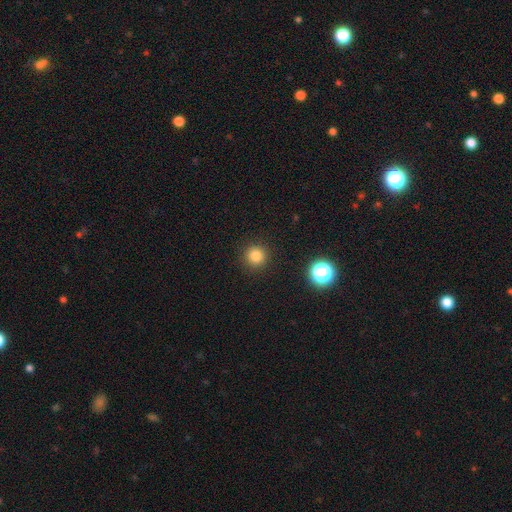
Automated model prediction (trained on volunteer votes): The model was most divided on "smooth or featured": smooth: 81%, star or artifact: 14%, featured or disk: 5%. More confident: how rounded — round (95%); merging — none (91%).